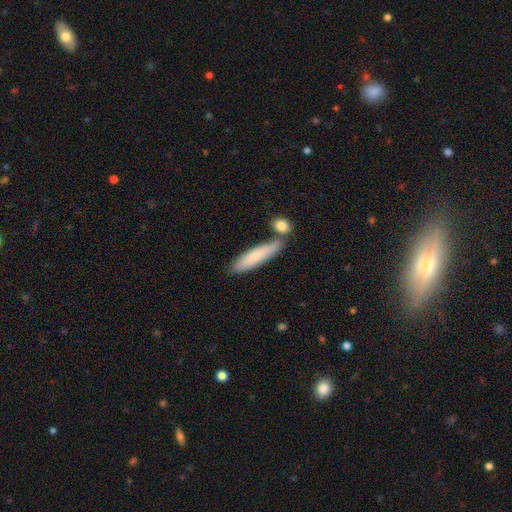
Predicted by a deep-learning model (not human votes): Smooth or featured? smooth (73%)
How rounded? cigar-shaped (79%)
Merging? none (70%)